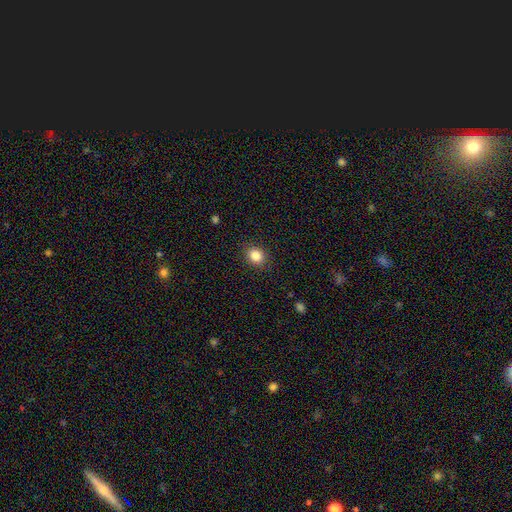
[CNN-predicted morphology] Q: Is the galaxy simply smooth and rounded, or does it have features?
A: smooth — 85%.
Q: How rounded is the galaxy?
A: round — 61%.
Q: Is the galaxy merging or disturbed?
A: none — 88%.